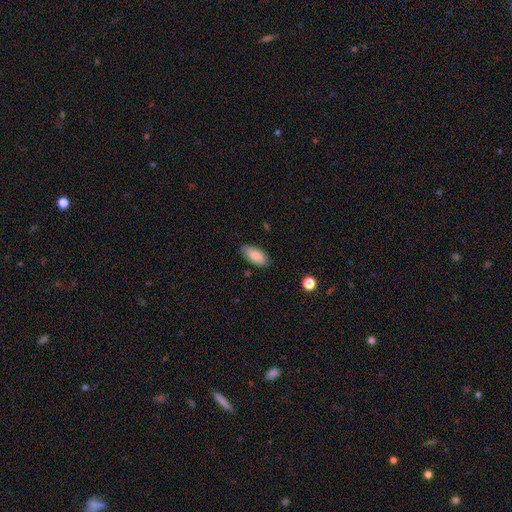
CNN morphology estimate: Smooth or featured? Predicted: smooth (p=0.81). How rounded? Predicted: in between (p=0.90). Merging? Predicted: none (p=0.83).